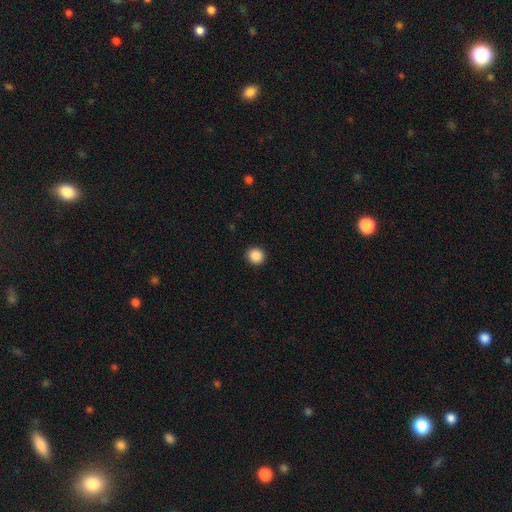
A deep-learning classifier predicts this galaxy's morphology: Overall: smooth (89%). How rounded: round (91%). Merging: none (92%).